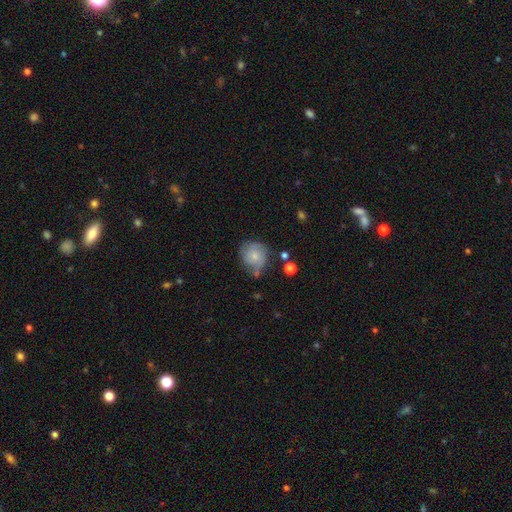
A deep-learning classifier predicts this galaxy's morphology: Overall: smooth (66%). How rounded: round (82%). Merging: none (54%; minor disturbance 28%).